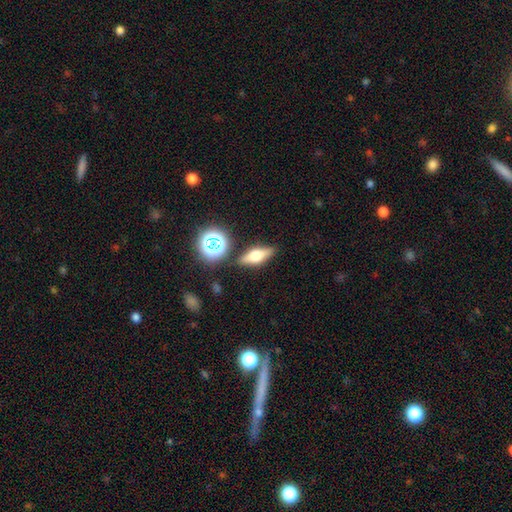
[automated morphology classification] A featured or disk galaxy (45%). Merging: none (83%).